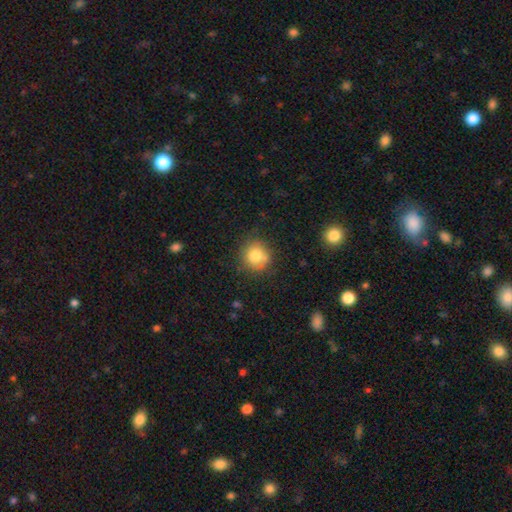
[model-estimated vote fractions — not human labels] Overall: smooth (79%). How rounded: round (91%). Merging: none (77%).